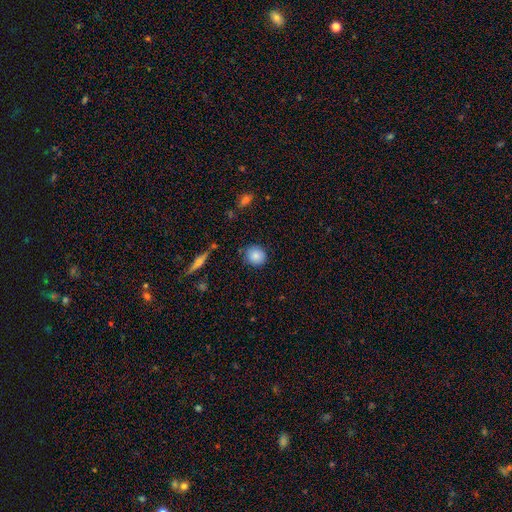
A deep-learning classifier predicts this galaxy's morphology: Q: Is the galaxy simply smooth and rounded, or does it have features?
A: smooth — 84%.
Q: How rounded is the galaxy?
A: round — 87%.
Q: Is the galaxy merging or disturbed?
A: none — 85%.